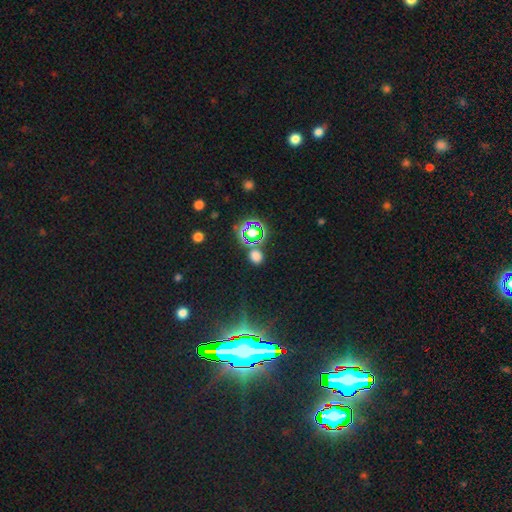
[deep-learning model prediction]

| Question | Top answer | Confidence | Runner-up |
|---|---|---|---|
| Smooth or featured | smooth | 60% | star or artifact (34%) |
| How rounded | round | 73% | in between (25%) |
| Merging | none | 78% | minor disturbance (9%) |